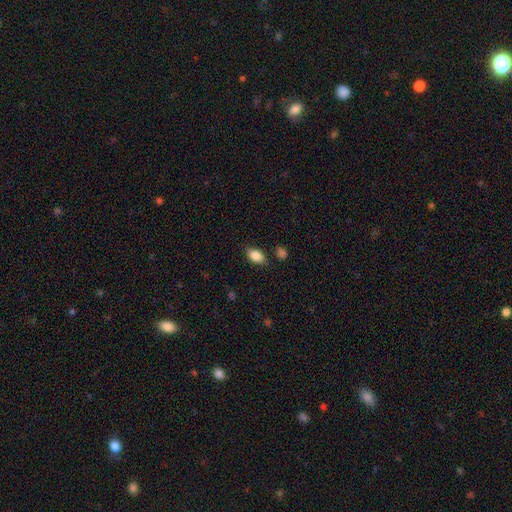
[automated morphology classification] This is clearly a smooth galaxy (86%). How rounded: clearly in between (89%). Merging: clearly none (81%).